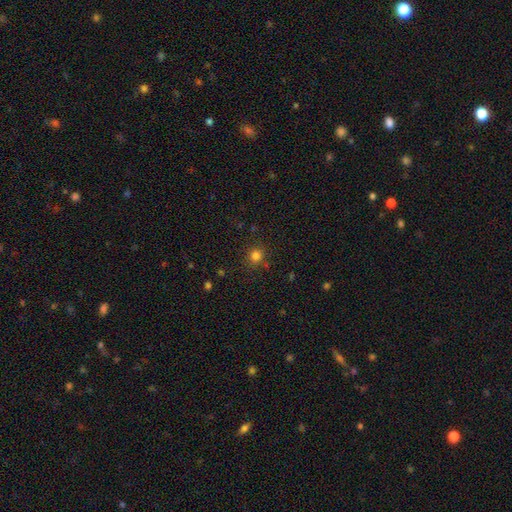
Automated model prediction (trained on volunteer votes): Q: Smooth or featured?
A: smooth (80%); runner-up: star or artifact (15%)
Q: How rounded?
A: round (86%); runner-up: in between (13%)
Q: Merging?
A: none (83%); runner-up: minor disturbance (10%)